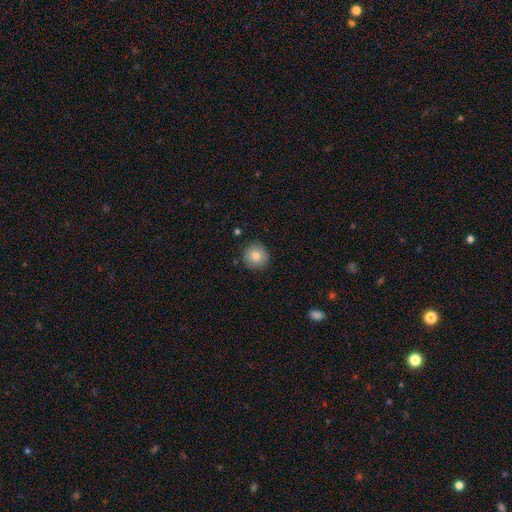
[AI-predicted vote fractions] Smooth or featured? Predicted: smooth (p=0.83). How rounded? Predicted: round (p=0.95). Merging? Predicted: none (p=0.89).